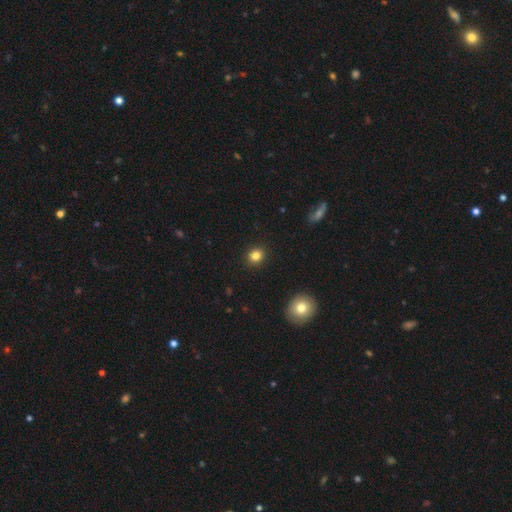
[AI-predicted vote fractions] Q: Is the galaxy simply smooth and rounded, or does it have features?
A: smooth — 83%.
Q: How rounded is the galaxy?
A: round — 76%.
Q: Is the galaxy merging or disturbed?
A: none — 91%.